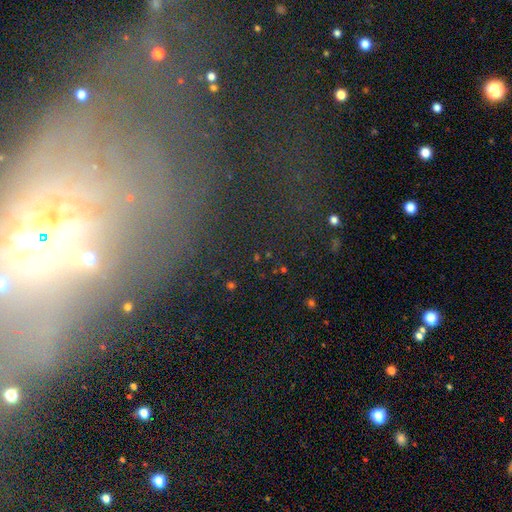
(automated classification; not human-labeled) star or artifact 42%, featured or disk 38%, smooth 21%.